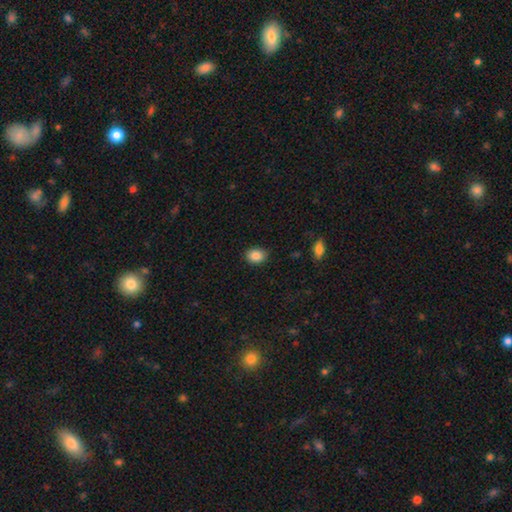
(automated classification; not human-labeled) This is clearly a smooth galaxy (86%). How rounded: possibly in between (59%). Merging: clearly none (84%).